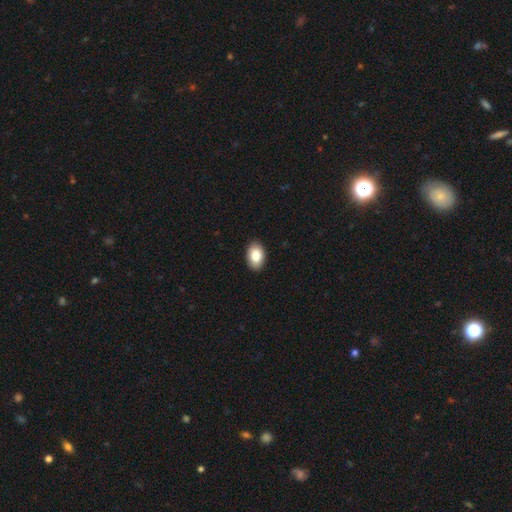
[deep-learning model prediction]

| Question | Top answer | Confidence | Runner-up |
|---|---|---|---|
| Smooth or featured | smooth | 85% | featured or disk (8%) |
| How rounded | in between | 89% | round (10%) |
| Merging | none | 91% | minor disturbance (7%) |